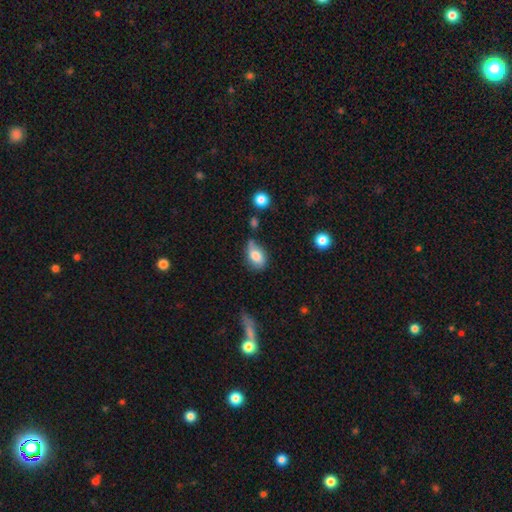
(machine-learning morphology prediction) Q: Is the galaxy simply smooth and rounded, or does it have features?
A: smooth — 75%.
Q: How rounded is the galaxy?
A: in between — 81%.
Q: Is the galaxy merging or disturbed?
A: none — 47%.